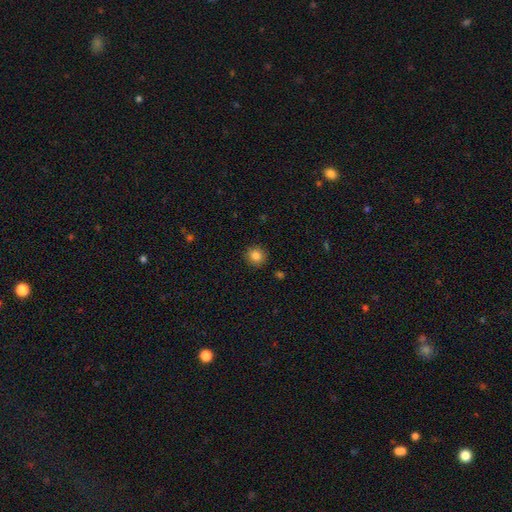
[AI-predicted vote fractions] The model was most divided on "smooth or featured": smooth: 85%, star or artifact: 10%, featured or disk: 5%. More confident: merging — none (90%); how rounded — round (88%).